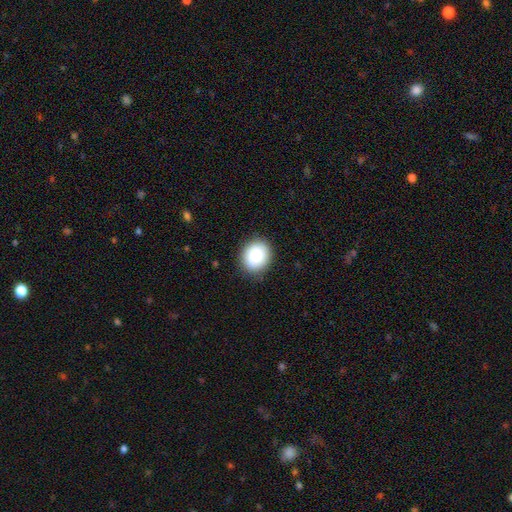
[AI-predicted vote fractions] A smooth galaxy with no disk features (79%) that is round (69%).

Vote fractions:
- Smooth or featured? smooth: 79% / featured or disk: 12% / star or artifact: 9%
- How rounded? round: 69% / in between: 30% / cigar-shaped: 1%
- Merging? none: 88% / minor disturbance: 9% / major disturbance: 2% / merger: 1%